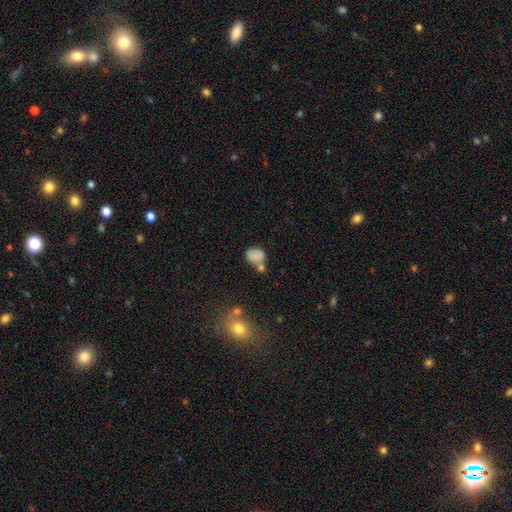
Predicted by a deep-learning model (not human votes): smooth 77%, featured or disk 12%, star or artifact 11%. Down the decision tree: how rounded — in between (51%); merging — none (43%).